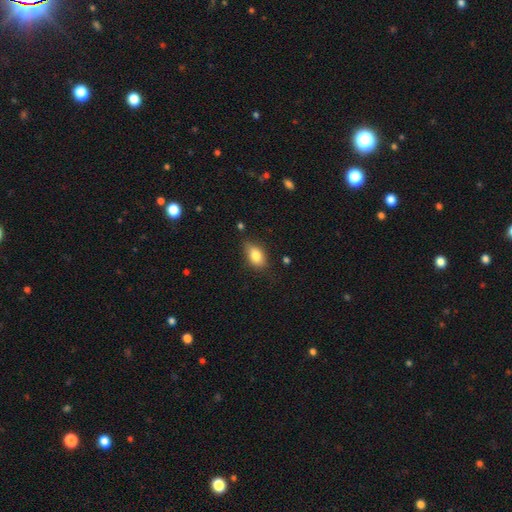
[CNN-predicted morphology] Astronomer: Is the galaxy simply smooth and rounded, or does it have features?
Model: smooth — 81%.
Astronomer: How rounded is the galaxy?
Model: in between — 87%.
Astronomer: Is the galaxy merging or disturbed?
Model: none — 73%.